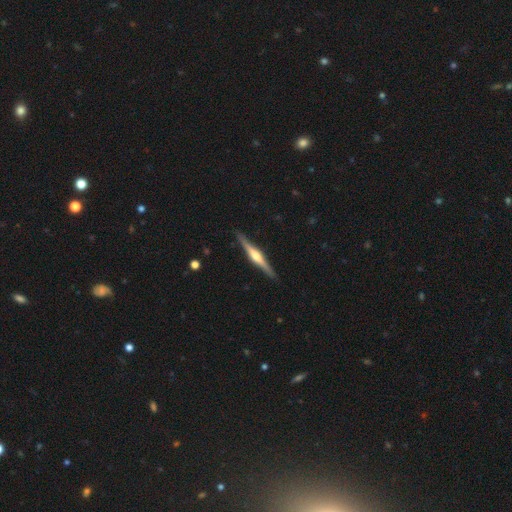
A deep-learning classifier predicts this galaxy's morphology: type=featured or disk (78%); edge-on=yes (98%); edge-on bulge=rounded (87%); merging=none (90%).